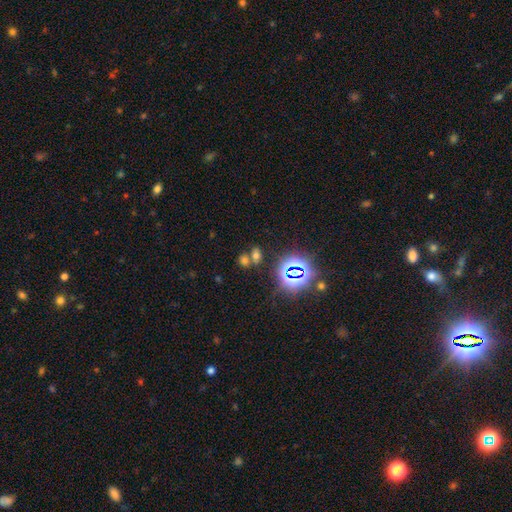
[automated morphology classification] Smooth or featured? smooth (50%)
How rounded? in between (68%)
Merging? none (48%)